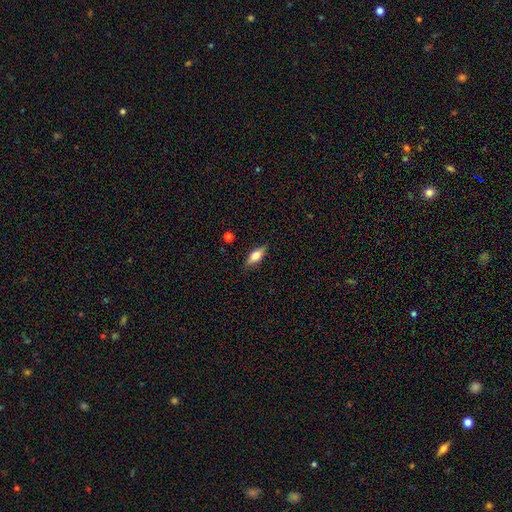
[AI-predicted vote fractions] The model was most divided on "smooth or featured": smooth: 53%, featured or disk: 40%, star or artifact: 7%. More confident: merging — none (85%); how rounded — in between (66%).